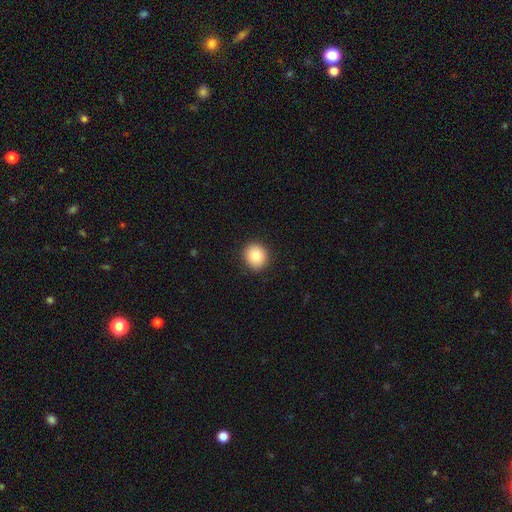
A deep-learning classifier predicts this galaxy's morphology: type=smooth (82%); roundness=round (84%); merging=none (91%).